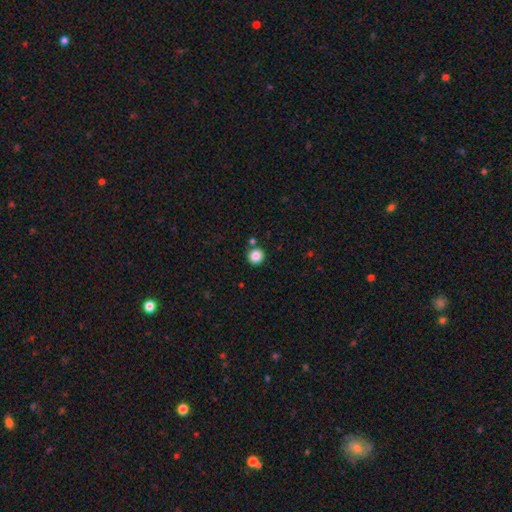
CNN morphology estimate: Q: Smooth or featured?
A: smooth (85%); runner-up: star or artifact (11%)
Q: How rounded?
A: round (94%); runner-up: in between (5%)
Q: Merging?
A: none (86%); runner-up: minor disturbance (6%)